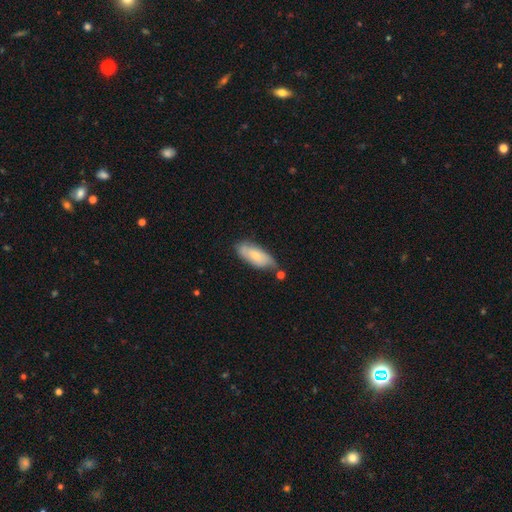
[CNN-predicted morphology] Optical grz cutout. It shows a smooth galaxy with no disk features (65%) that is in between round and cigar-shaped (79%). Merging: none (58%).